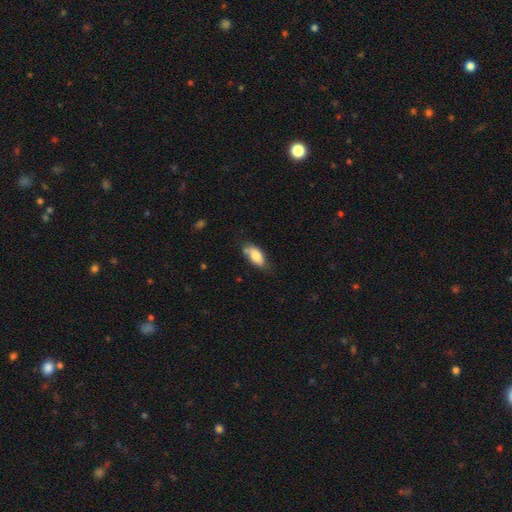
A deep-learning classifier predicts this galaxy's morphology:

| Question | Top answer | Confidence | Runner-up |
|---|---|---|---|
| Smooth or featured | smooth | 79% | featured or disk (15%) |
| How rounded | in between | 85% | cigar-shaped (12%) |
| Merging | none | 62% | minor disturbance (25%) |